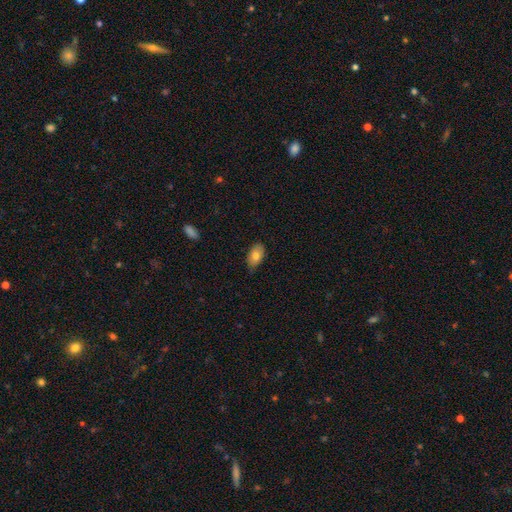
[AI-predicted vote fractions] smooth 75%, featured or disk 17%, star or artifact 7%. Down the decision tree: how rounded — in between (91%); merging — none (76%).